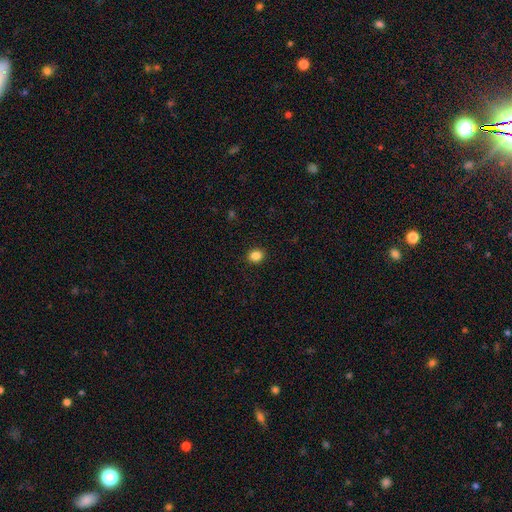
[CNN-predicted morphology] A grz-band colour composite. It shows a smooth galaxy with no disk features (86%) that is round (62%). Merging: none (91%).